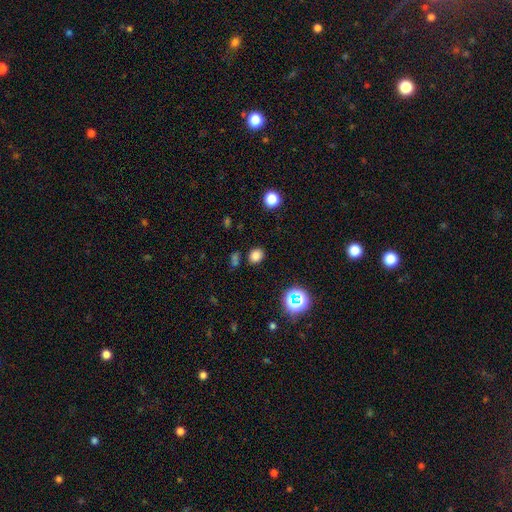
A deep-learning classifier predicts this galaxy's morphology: A smooth galaxy with no disk features (77%) that is round (51%).

Vote fractions:
- Smooth or featured? smooth: 77% / star or artifact: 18% / featured or disk: 5%
- How rounded? round: 51% / in between: 48% / cigar-shaped: 1%
- Merging? none: 82% / minor disturbance: 10% / merger: 5% / major disturbance: 3%